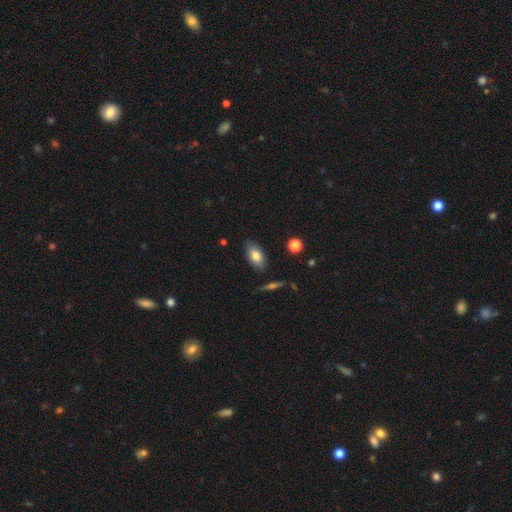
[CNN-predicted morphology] The model was most divided on "smooth or featured": smooth: 79%, featured or disk: 13%, star or artifact: 7%. More confident: how rounded — in between (90%); merging — none (82%).